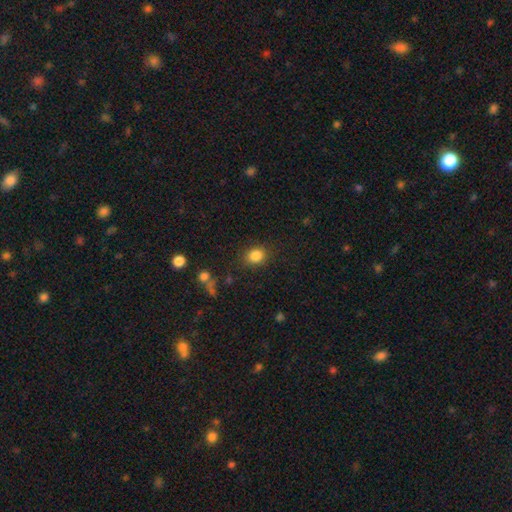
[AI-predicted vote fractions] smooth 84%, star or artifact 11%, featured or disk 5%. Down the decision tree: how rounded — round (61%); merging — none (84%).